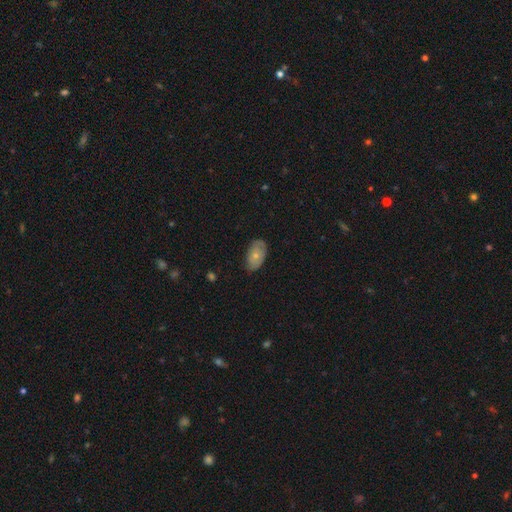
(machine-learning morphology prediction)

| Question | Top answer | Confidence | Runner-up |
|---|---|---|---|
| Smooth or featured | smooth | 61% | featured or disk (32%) |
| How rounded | in between | 91% | round (7%) |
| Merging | none | 74% | minor disturbance (21%) |